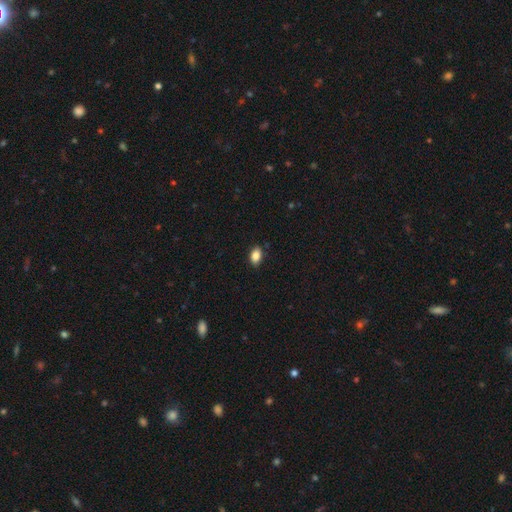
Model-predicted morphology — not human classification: Smooth or featured? Predicted: smooth (p=0.87). How rounded? Predicted: in between (p=0.88). Merging? Predicted: none (p=0.86).